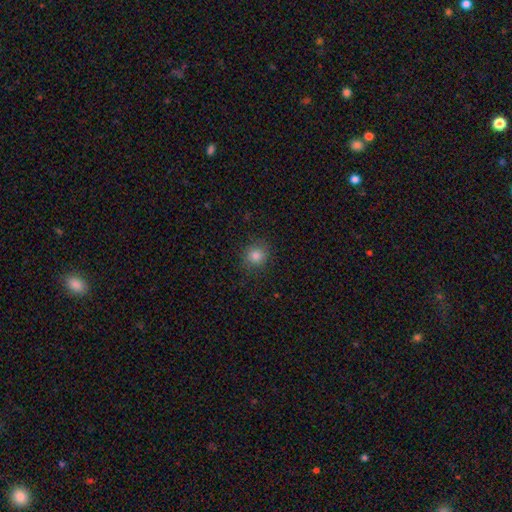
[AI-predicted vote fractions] This is clearly a smooth galaxy (82%). How rounded: clearly round (89%). Merging: clearly none (88%).